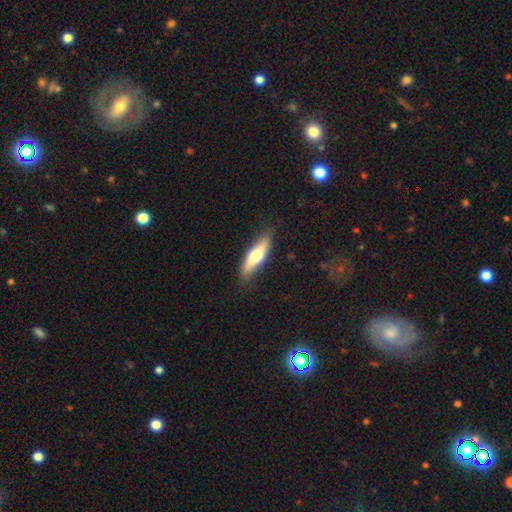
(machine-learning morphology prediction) smooth 58%, featured or disk 37%, star or artifact 6%. Down the decision tree: how rounded — cigar-shaped (58%); merging — none (82%).